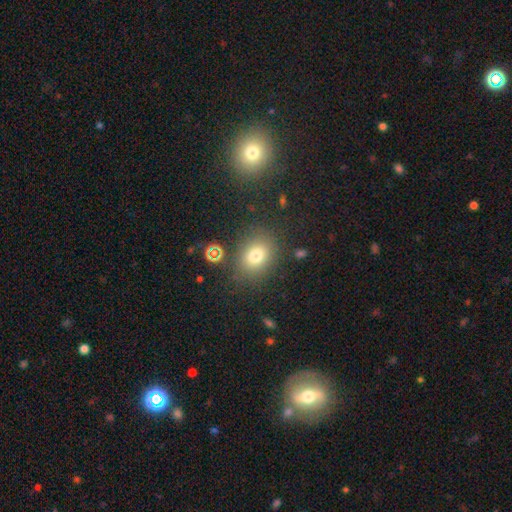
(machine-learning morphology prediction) type=smooth (75%); roundness=round (50%); merging=none (80%).